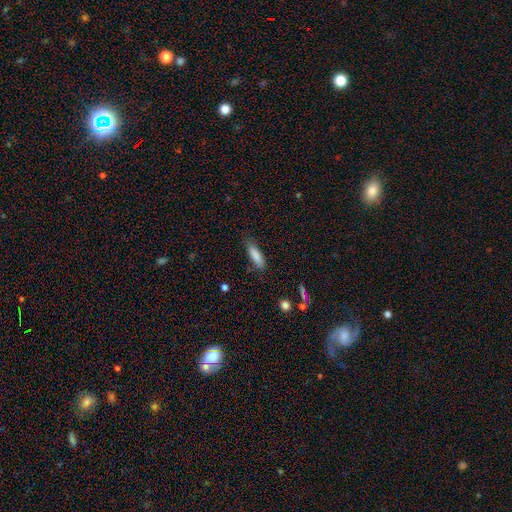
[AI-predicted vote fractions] This appears to be a smooth galaxy with no disk features (84%) that is cigar-shaped (53%). Merging: none (72%).